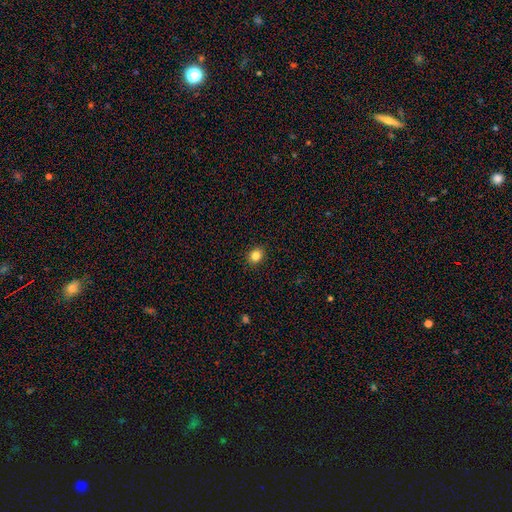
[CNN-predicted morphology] This appears to be a smooth galaxy with no disk features (83%) that is round (58%). Merging: none (90%).